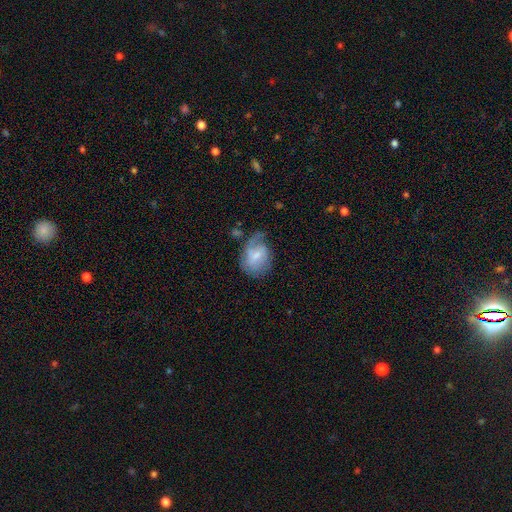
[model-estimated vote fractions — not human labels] Smooth or featured?
  - featured or disk: 52% *
  - smooth: 41%
  - star or artifact: 7%
Edge-on disk?
  - no: 97% *
  - yes: 3%
Bar?
  - weak: 50% *
  - no: 40%
  - strong: 10%
Spiral arms?
  - yes: 75% *
  - no: 25%
Bulge size?
  - small: 49% *
  - moderate: 37%
  - none: 9%
  - large: 3%
  - dominant: 1%
Merging?
  - none: 39% *
  - minor disturbance: 32%
  - major disturbance: 25%
  - merger: 4%